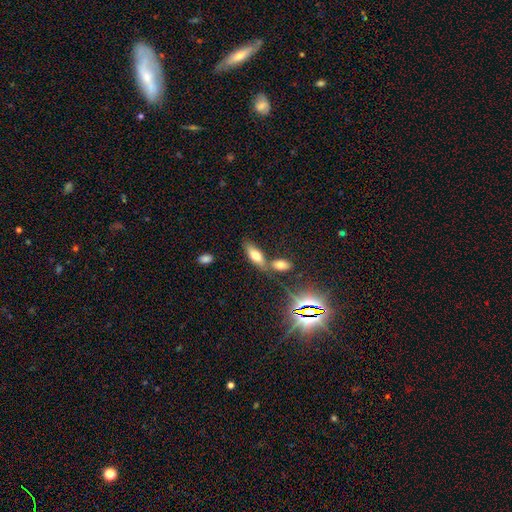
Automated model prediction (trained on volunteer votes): The model was most divided on "merging": none: 55%, merger: 29%, minor disturbance: 11%, major disturbance: 4%. More confident: how rounded — in between (70%); smooth or featured — smooth (65%).